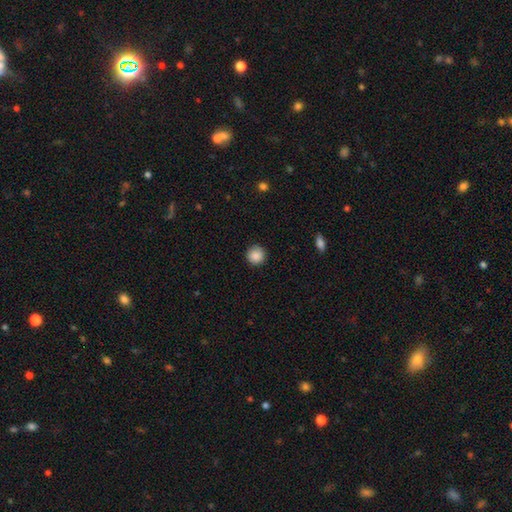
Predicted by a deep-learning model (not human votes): Smooth or featured?
  - smooth: 88% *
  - star or artifact: 9%
  - featured or disk: 3%
How rounded?
  - round: 94% *
  - in between: 5%
  - cigar-shaped: 1%
Merging?
  - none: 89% *
  - minor disturbance: 8%
  - major disturbance: 2%
  - merger: 1%